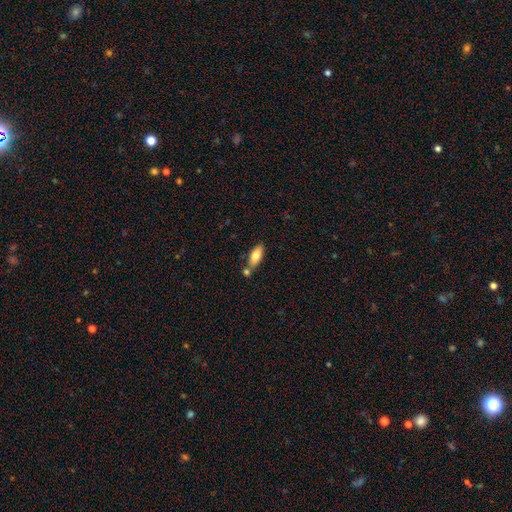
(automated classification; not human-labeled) A smooth galaxy with no disk features (78%) that is in between round and cigar-shaped (84%).

Vote fractions:
- Smooth or featured? smooth: 78% / featured or disk: 16% / star or artifact: 6%
- How rounded? in between: 84% / cigar-shaped: 14% / round: 2%
- Merging? none: 65% / merger: 19% / minor disturbance: 13% / major disturbance: 3%